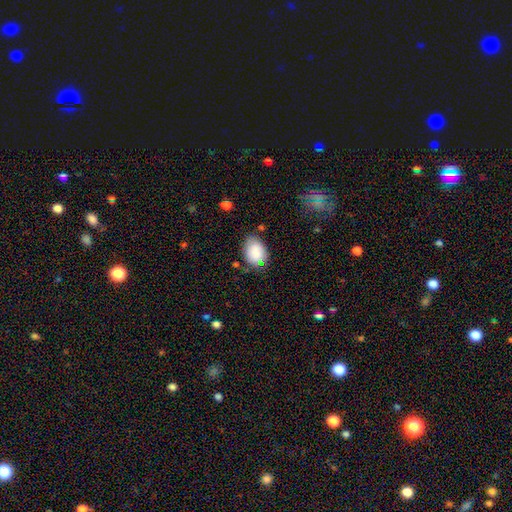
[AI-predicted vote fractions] The model was most divided on "merging": none: 71%, minor disturbance: 20%, major disturbance: 4%, merger: 4%. More confident: smooth or featured — smooth (85%); how rounded — in between (82%).